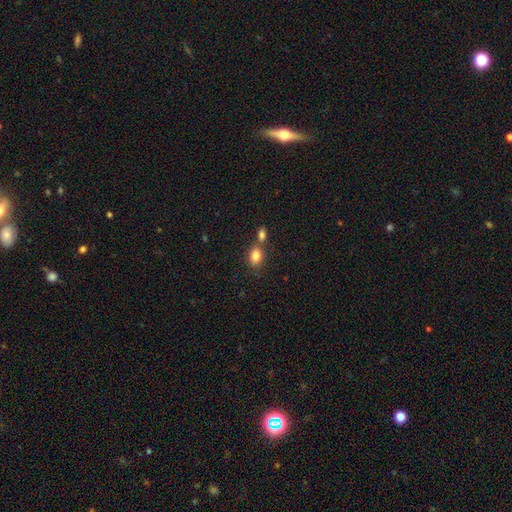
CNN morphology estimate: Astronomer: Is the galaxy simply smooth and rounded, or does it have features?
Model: smooth — 83%.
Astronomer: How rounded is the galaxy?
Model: in between — 71%.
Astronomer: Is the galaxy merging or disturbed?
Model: none — 53% (runner-up: merger, 33%).